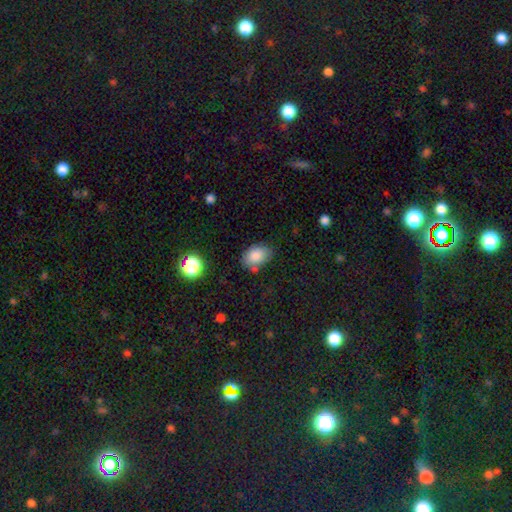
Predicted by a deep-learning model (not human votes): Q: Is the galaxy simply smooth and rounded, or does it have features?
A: smooth — 84%.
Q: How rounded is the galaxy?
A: in between — 80%.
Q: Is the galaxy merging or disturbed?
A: none — 67%.